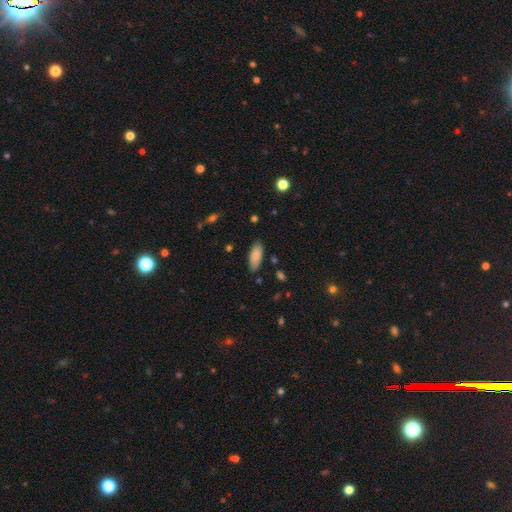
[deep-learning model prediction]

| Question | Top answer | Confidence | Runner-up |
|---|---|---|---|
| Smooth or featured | smooth | 86% | featured or disk (8%) |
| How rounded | in between | 81% | cigar-shaped (18%) |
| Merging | none | 85% | minor disturbance (12%) |